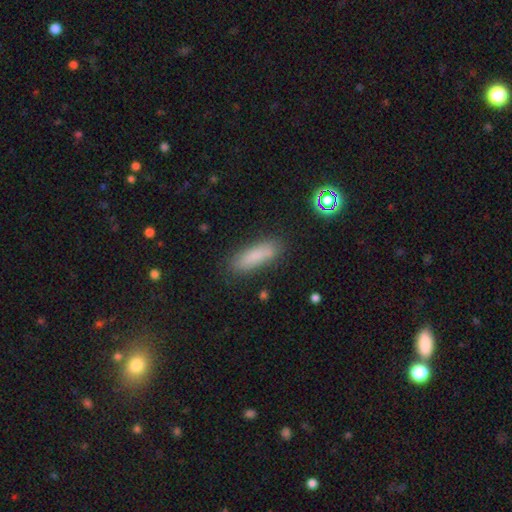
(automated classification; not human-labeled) Smooth or featured? Predicted: smooth (p=0.82). How rounded? Predicted: cigar-shaped (p=0.56). Merging? Predicted: none (p=0.82).